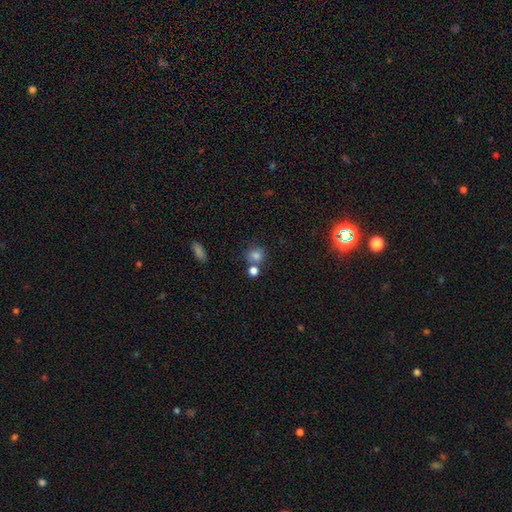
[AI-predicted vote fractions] This appears to be a smooth galaxy with no disk features (80%) that is round (74%). Merging: none (58%).